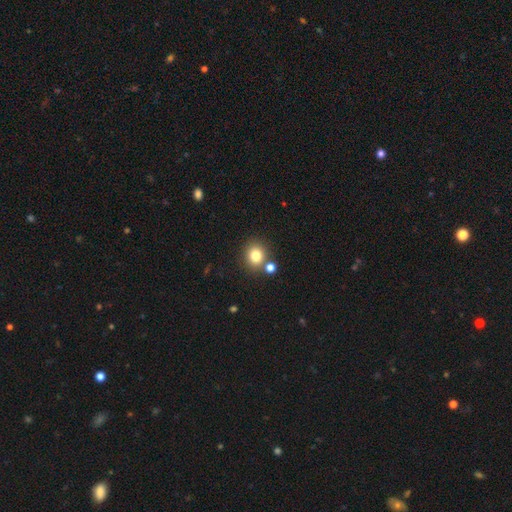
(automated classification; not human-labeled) A smooth galaxy with no disk features (79%) that is round (79%). Merging: none (75%).